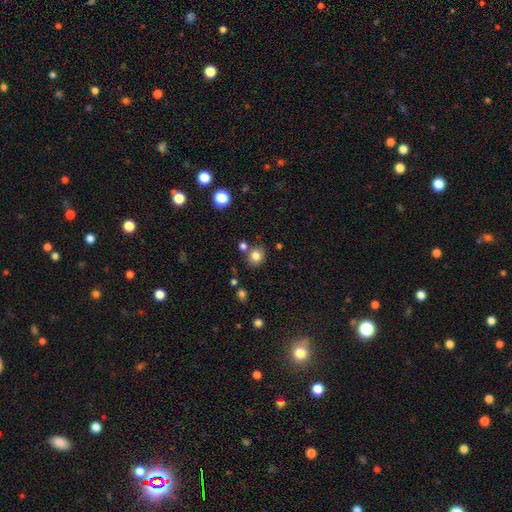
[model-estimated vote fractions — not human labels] Smooth or featured? smooth (82%)
How rounded? round (73%)
Merging? none (74%)